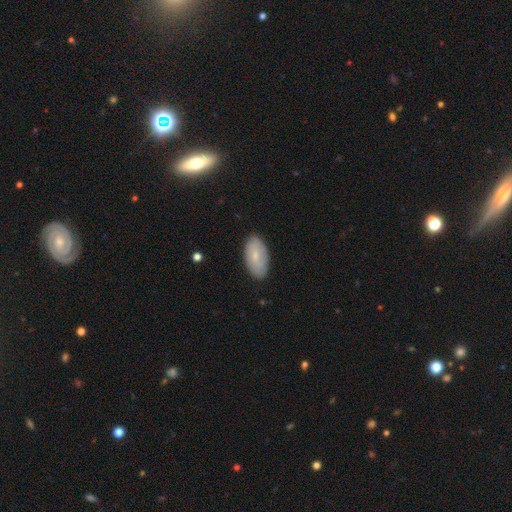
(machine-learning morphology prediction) This is likely a smooth galaxy (65%). How rounded: clearly in between (94%). Merging: clearly none (83%).